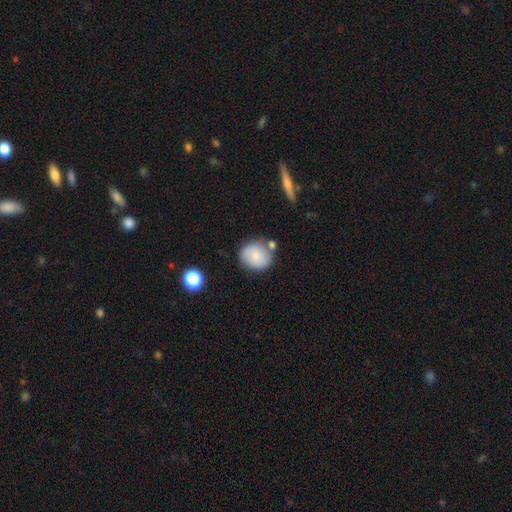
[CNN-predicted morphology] Q: Smooth or featured?
A: smooth (76%); runner-up: featured or disk (16%)
Q: How rounded?
A: round (77%); runner-up: in between (22%)
Q: Merging?
A: none (66%); runner-up: minor disturbance (17%)